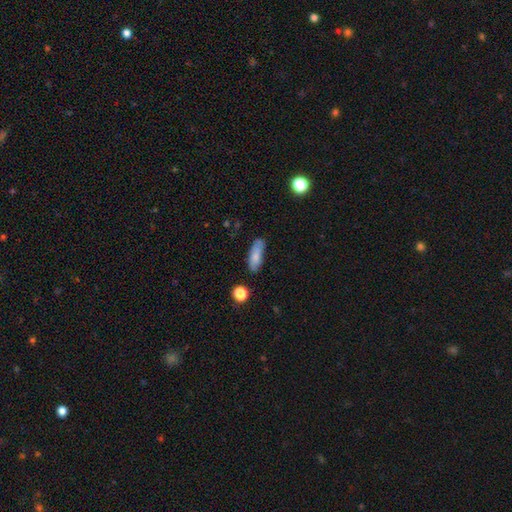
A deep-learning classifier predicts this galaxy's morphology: Smooth or featured? smooth (81%)
How rounded? in between (62%)
Merging? none (70%)